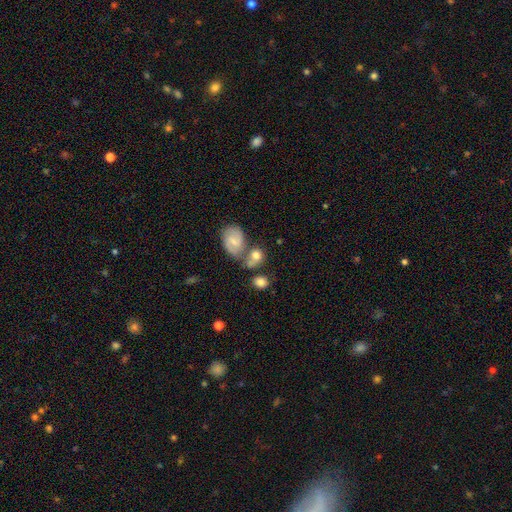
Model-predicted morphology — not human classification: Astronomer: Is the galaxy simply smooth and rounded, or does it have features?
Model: smooth — 67%.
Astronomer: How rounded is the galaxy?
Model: round — 54% (runner-up: in between, 44%).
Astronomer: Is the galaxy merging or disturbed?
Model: none — 44% (runner-up: merger, 36%).